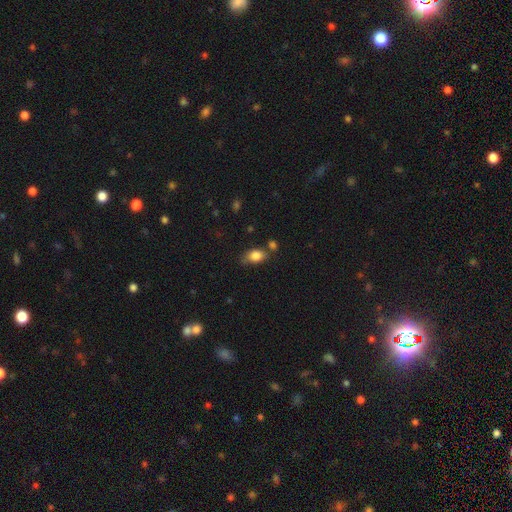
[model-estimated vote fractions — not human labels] Smooth or featured? smooth (83%)
How rounded? in between (81%)
Merging? none (62%)